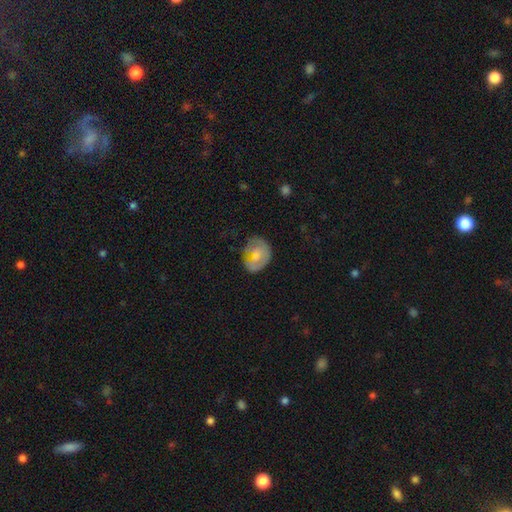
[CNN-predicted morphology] smooth 57%, featured or disk 35%, star or artifact 8%. Down the decision tree: how rounded — round (51%); merging — none (50%).